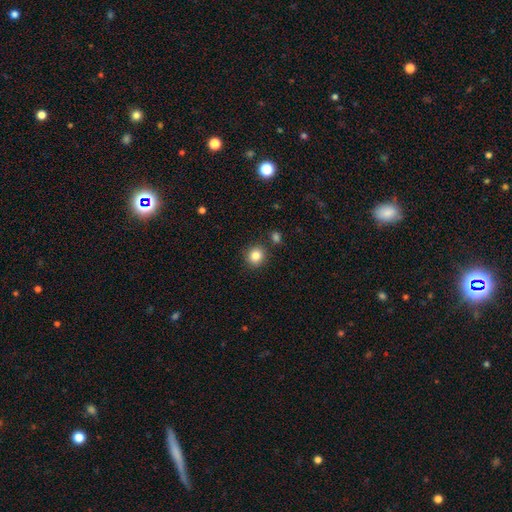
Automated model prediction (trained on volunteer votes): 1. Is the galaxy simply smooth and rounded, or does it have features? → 84% smooth, 10% star or artifact, 5% featured or disk.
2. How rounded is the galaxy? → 85% round, 14% in between, 1% cigar-shaped.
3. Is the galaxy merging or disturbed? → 85% none, 8% minor disturbance, 4% merger, 2% major disturbance.